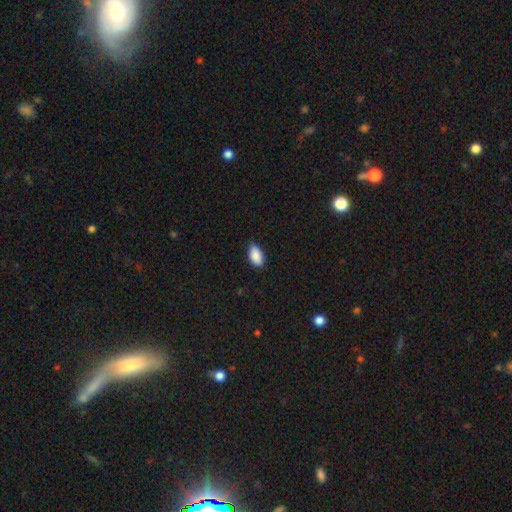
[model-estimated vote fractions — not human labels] Overall: smooth (89%). How rounded: in between (93%). Merging: none (77%).